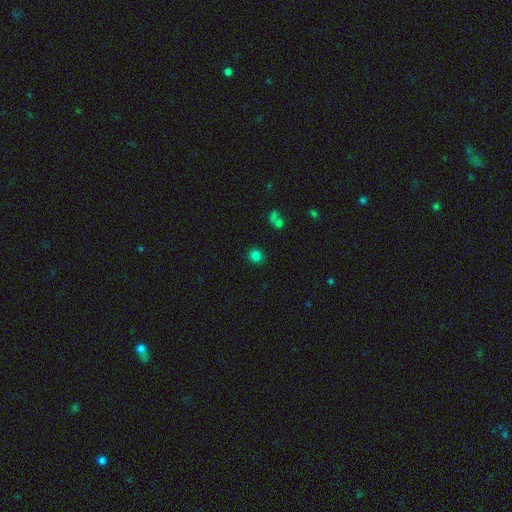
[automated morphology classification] smooth-or-featured: smooth: 81% | star or artifact: 14% | featured or disk: 5%
  how-rounded: round: 86% | in between: 13% | cigar-shaped: 1%
  merging: none: 87% | minor disturbance: 7% | merger: 3% | major disturbance: 2%